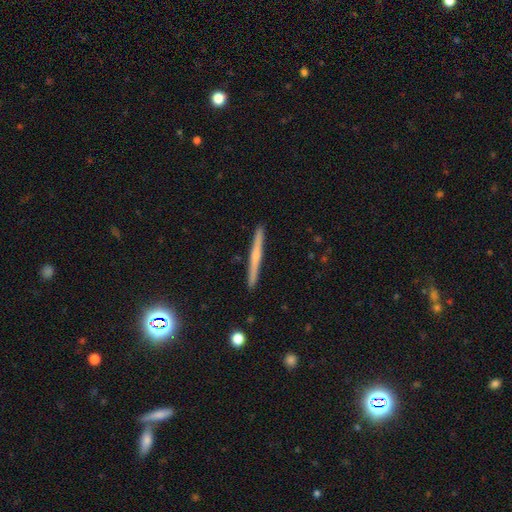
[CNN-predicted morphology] The model was most divided on "smooth or featured": featured or disk: 50%, smooth: 43%, star or artifact: 7%. More confident: merging — none (93%).